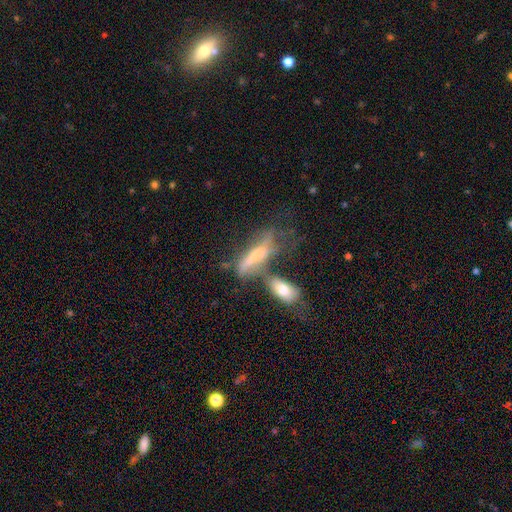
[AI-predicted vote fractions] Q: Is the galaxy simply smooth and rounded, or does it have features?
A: featured or disk — 49%.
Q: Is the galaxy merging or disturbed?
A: merger — 40%.